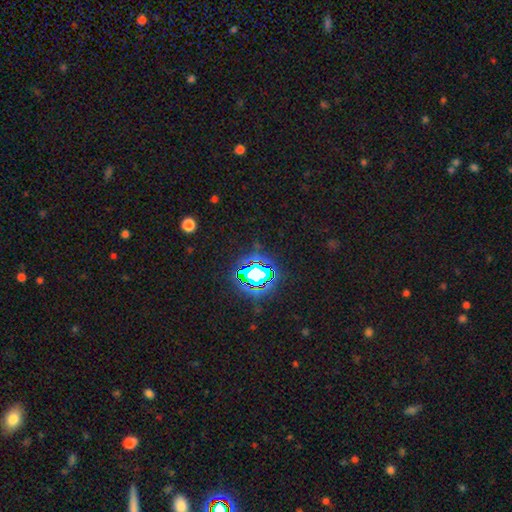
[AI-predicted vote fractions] Overall: star or artifact (82%).